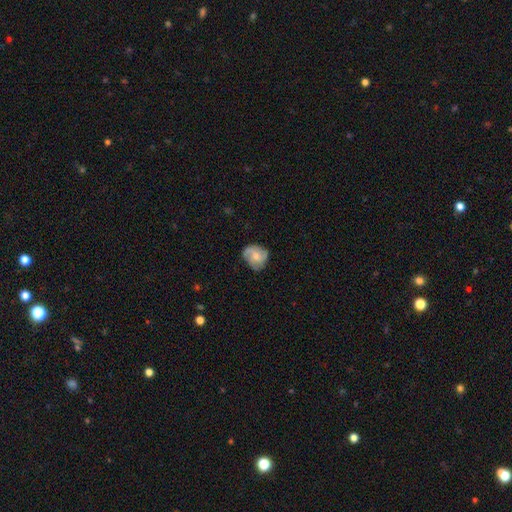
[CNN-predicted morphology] A featured or disk galaxy (56%) with no bar (65%), spiral arms (86%) and a moderate central bulge (48%).

Vote fractions:
- Smooth or featured? featured or disk: 56% / smooth: 37% / star or artifact: 7%
- Edge-on disk? no: 98% / yes: 2%
- Bar? no: 65% / weak: 30% / strong: 5%
- Spiral arms? yes: 86% / no: 14%
- Bulge size? moderate: 48% / small: 45% / none: 4% / large: 2% / dominant: 1%
- Merging? none: 62% / minor disturbance: 28% / major disturbance: 9% / merger: 1%